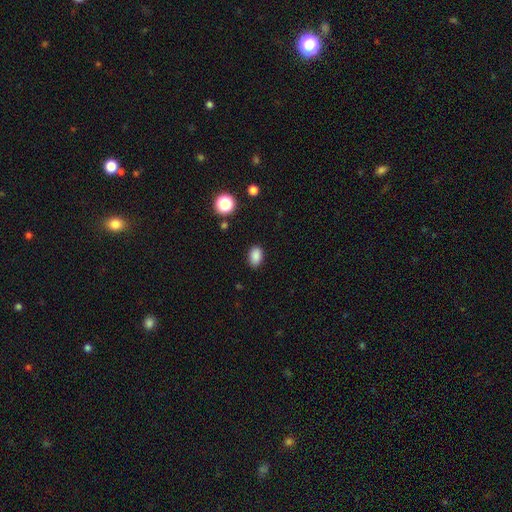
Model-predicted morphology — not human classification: A smooth galaxy with no disk features (86%) that is in between round and cigar-shaped (83%).

Vote fractions:
- Smooth or featured? smooth: 86% / star or artifact: 10% / featured or disk: 4%
- How rounded? in between: 83% / round: 15% / cigar-shaped: 1%
- Merging? none: 85% / minor disturbance: 11% / major disturbance: 3% / merger: 1%